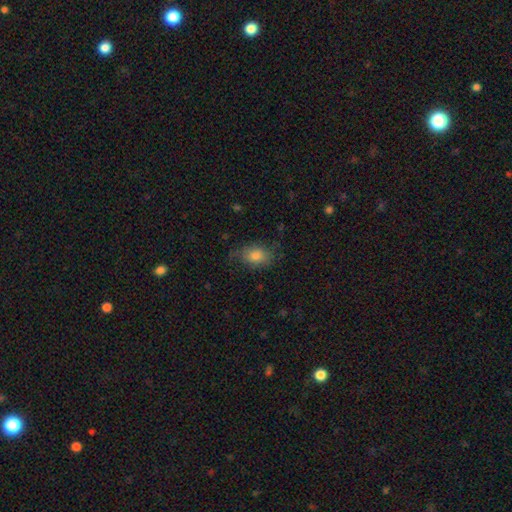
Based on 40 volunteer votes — Smooth or featured? smooth (82%)
How rounded? in between (67%)
Merging? none (71%)